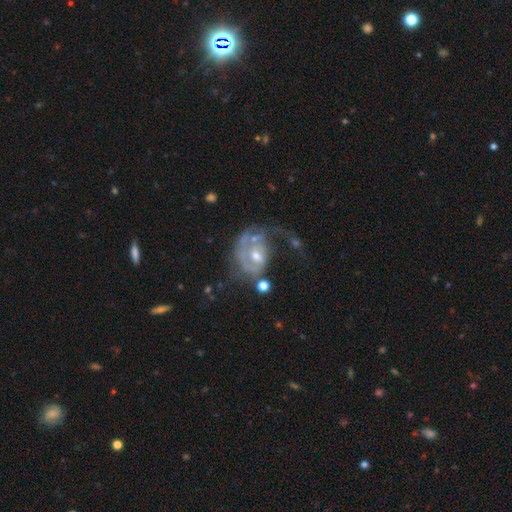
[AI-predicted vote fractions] Smooth or featured: featured or disk — 81% (smooth — 13%)
Edge-on disk: no — 98% (yes — 2%)
Bar: no — 62% (weak — 31%)
Spiral arms: yes — 81% (no — 19%)
Spiral winding: tight — 42% (medium — 35%)
Spiral arm count: 1 — 43% (2 — 28%)
Bulge size: moderate — 54% (small — 39%)
Merging: major disturbance — 39% (none — 30%)